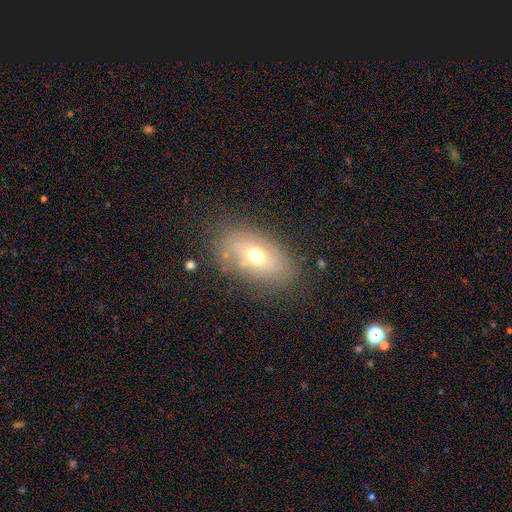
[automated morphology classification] Smooth or featured?
  - smooth: 54% *
  - featured or disk: 35%
  - star or artifact: 11%
How rounded?
  - in between: 88% *
  - round: 10%
  - cigar-shaped: 2%
Merging?
  - none: 73% *
  - minor disturbance: 18%
  - major disturbance: 7%
  - merger: 2%